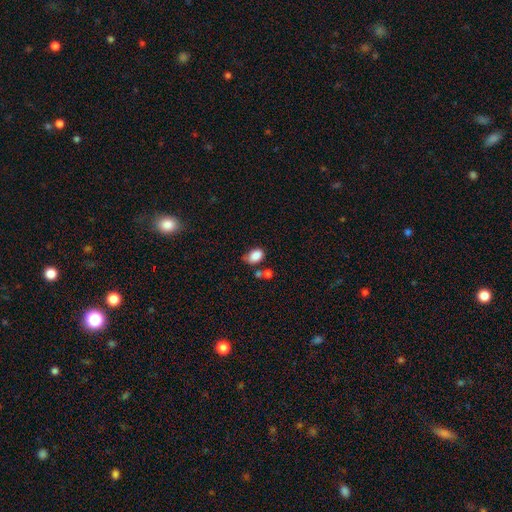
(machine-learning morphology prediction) A smooth galaxy with no disk features (86%) that is in between round and cigar-shaped (81%).

Vote fractions:
- Smooth or featured? smooth: 86% / star or artifact: 9% / featured or disk: 5%
- How rounded? in between: 81% / round: 18% / cigar-shaped: 1%
- Merging? none: 51% / minor disturbance: 25% / merger: 16% / major disturbance: 8%